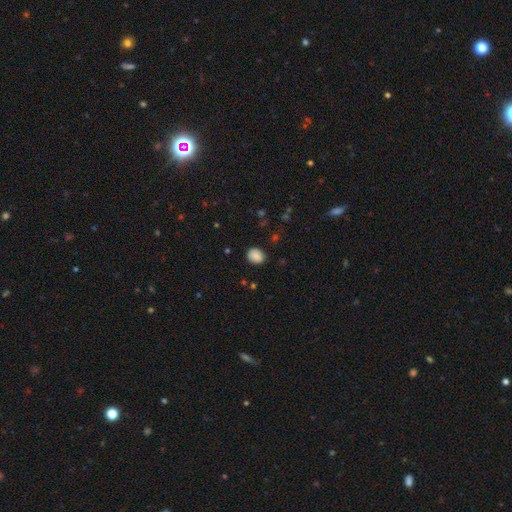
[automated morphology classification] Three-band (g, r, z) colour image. It shows a smooth galaxy with no disk features (86%) that is round (60%). Merging: none (85%).